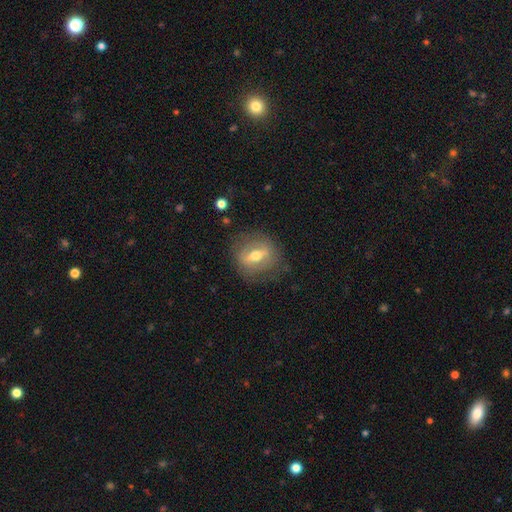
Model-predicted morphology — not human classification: smooth_or_featured: featured or disk (p=0.61) [alt: smooth p=0.31]
disk_edge_on: no (p=0.76) [alt: yes p=0.24]
merging: none (p=0.76) [alt: minor disturbance p=0.15]